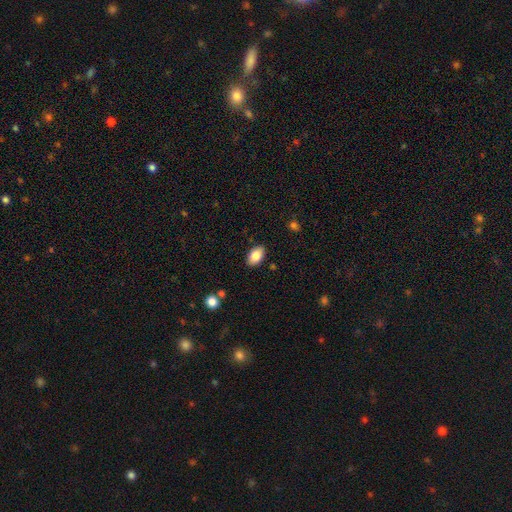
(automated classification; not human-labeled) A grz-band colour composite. It shows a smooth galaxy with no disk features (84%) that is in between round and cigar-shaped (92%). Merging: none (87%).